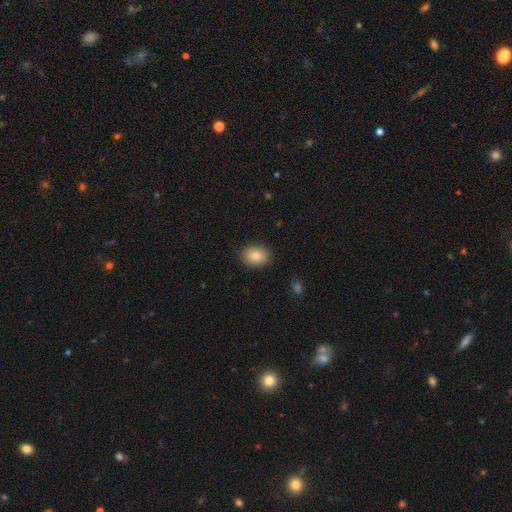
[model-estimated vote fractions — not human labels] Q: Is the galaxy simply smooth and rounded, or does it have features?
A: smooth — 85%.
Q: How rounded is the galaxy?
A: in between — 69%.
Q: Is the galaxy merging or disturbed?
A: none — 89%.